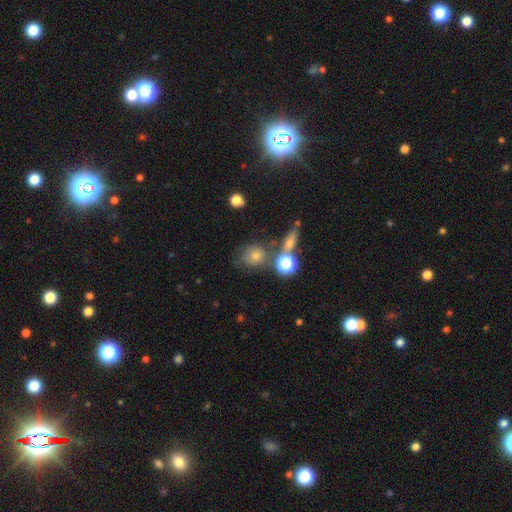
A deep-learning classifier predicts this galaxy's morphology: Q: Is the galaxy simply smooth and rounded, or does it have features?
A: smooth — 50%.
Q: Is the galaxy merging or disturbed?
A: none — 62%.